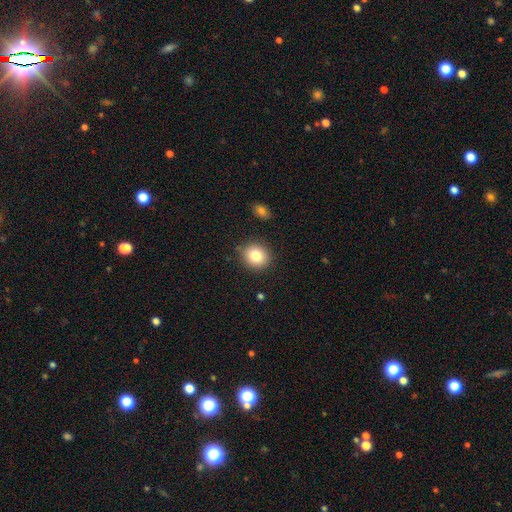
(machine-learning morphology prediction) smooth 81%, star or artifact 10%, featured or disk 9%. Down the decision tree: how rounded — round (83%); merging — none (87%).